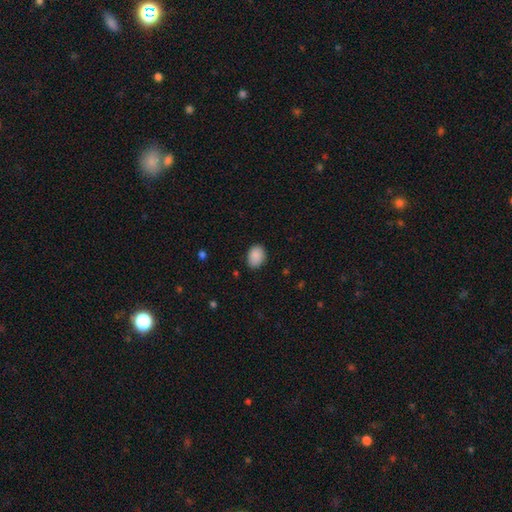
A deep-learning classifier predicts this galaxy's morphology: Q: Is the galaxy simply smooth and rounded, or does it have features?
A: smooth — 89%.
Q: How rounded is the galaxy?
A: in between — 69%.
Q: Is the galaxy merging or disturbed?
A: none — 81%.